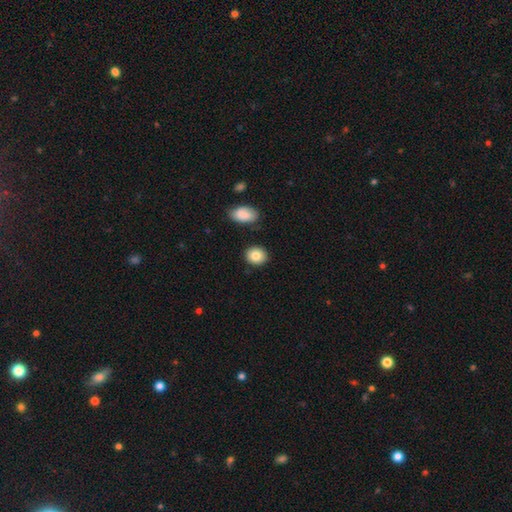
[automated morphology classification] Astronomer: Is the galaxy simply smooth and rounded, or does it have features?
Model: smooth — 84%.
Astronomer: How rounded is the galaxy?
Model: round — 65%.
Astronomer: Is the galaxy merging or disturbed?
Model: none — 85%.